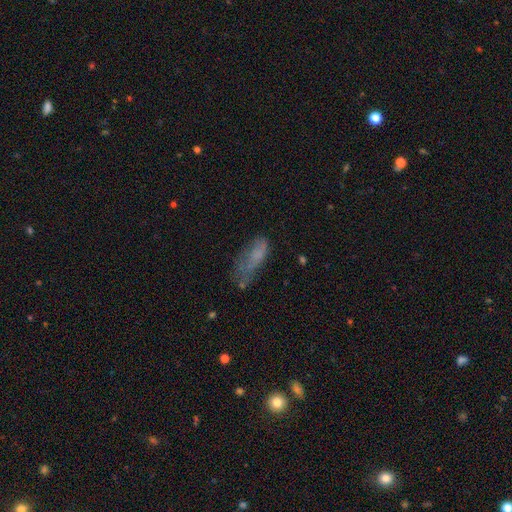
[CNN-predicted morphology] smooth 63%, featured or disk 24%, star or artifact 13%. Down the decision tree: how rounded — in between (67%); merging — none (34%).